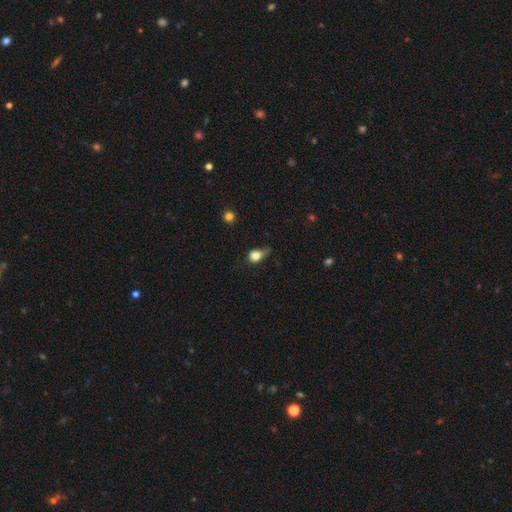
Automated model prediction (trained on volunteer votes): smooth-or-featured: smooth: 79% | featured or disk: 11% | star or artifact: 10%
  how-rounded: in between: 49% | round: 48% | cigar-shaped: 2%
  merging: minor disturbance: 40% | none: 28% | major disturbance: 27% | merger: 4%